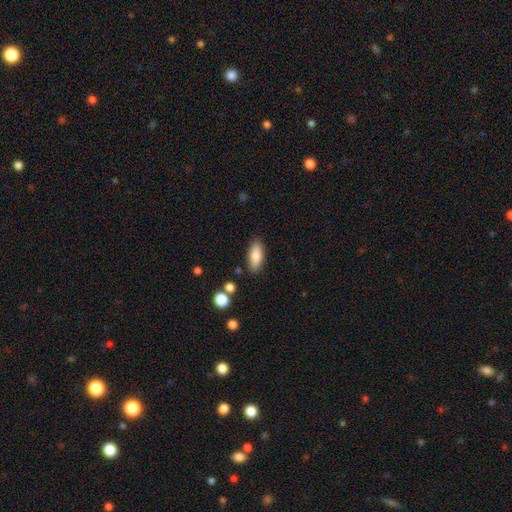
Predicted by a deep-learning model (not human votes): smooth 80%, featured or disk 13%, star or artifact 7%. Down the decision tree: how rounded — in between (76%); merging — none (86%).